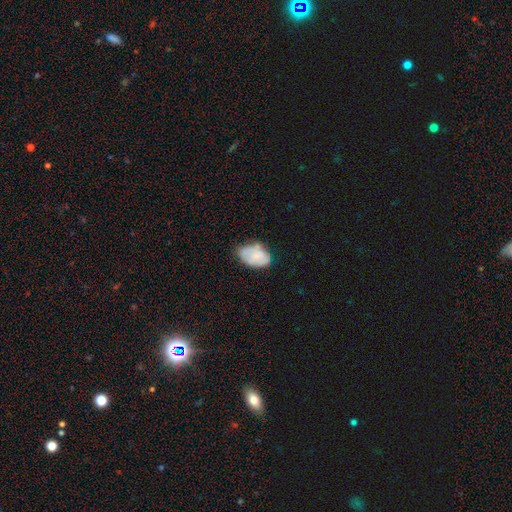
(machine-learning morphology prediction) Overall: smooth (71%). How rounded: in between (90%). Merging: none (53%; minor disturbance 36%).